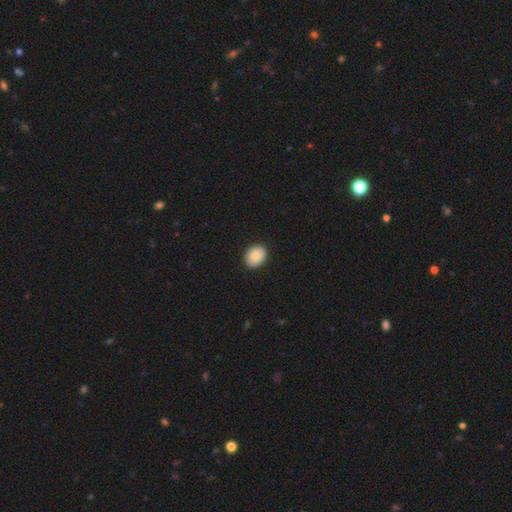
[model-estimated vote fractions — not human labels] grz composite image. It shows a smooth galaxy with no disk features (85%) that is in between round and cigar-shaped (56%). Merging: none (91%).